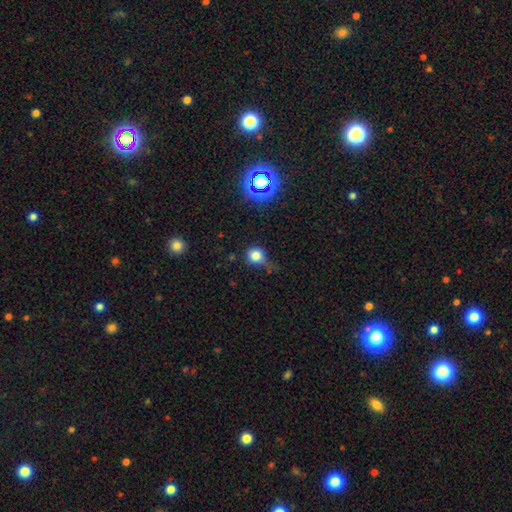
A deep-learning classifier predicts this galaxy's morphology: smooth-or-featured: smooth: 76% | star or artifact: 16% | featured or disk: 8%
  how-rounded: round: 82% | in between: 17% | cigar-shaped: 1%
  merging: none: 50% | minor disturbance: 32% | major disturbance: 13% | merger: 5%